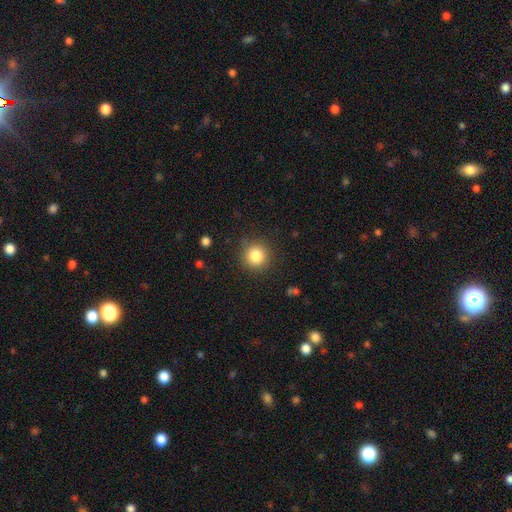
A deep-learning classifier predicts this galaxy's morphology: The model was most divided on "smooth or featured": smooth: 83%, star or artifact: 11%, featured or disk: 6%. More confident: how rounded — round (94%); merging — none (88%).